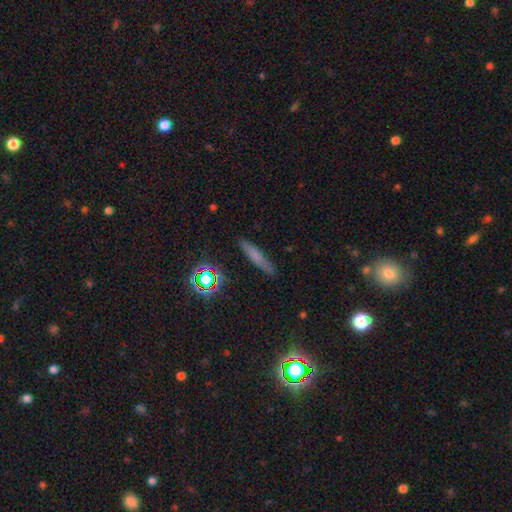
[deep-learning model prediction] A smooth galaxy with no disk features (61%) that is cigar-shaped (85%).

Vote fractions:
- Smooth or featured? smooth: 61% / featured or disk: 23% / star or artifact: 16%
- How rounded? cigar-shaped: 85% / in between: 11% / round: 4%
- Merging? none: 84% / minor disturbance: 12% / major disturbance: 3% / merger: 2%